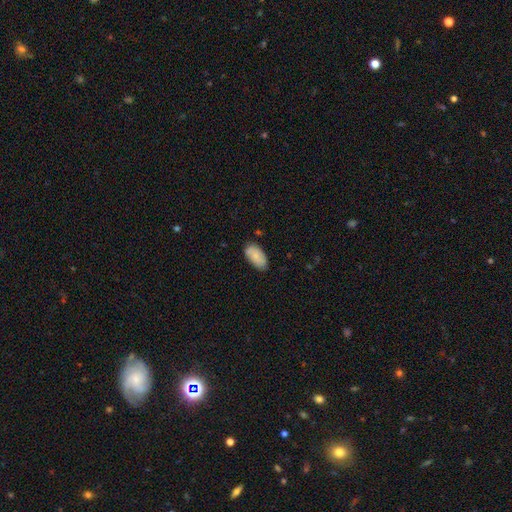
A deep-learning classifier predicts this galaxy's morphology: A smooth galaxy with no disk features (79%) that is in between round and cigar-shaped (94%).

Vote fractions:
- Smooth or featured? smooth: 79% / featured or disk: 15% / star or artifact: 6%
- How rounded? in between: 94% / cigar-shaped: 3% / round: 3%
- Merging? none: 76% / minor disturbance: 19% / major disturbance: 3% / merger: 2%